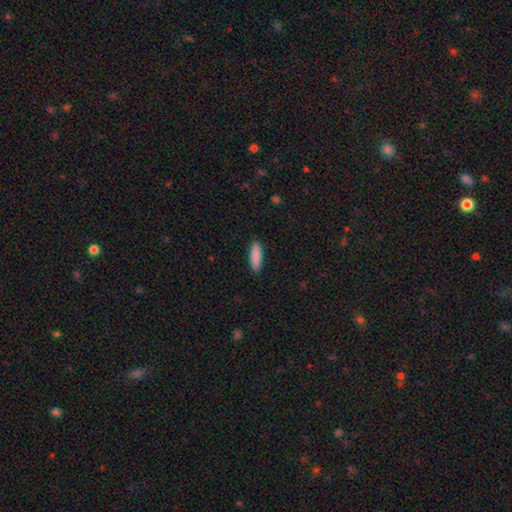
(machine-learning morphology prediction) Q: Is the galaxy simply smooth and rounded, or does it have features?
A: smooth — 89%.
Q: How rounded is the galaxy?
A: cigar-shaped — 61%.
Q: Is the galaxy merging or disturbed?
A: none — 90%.